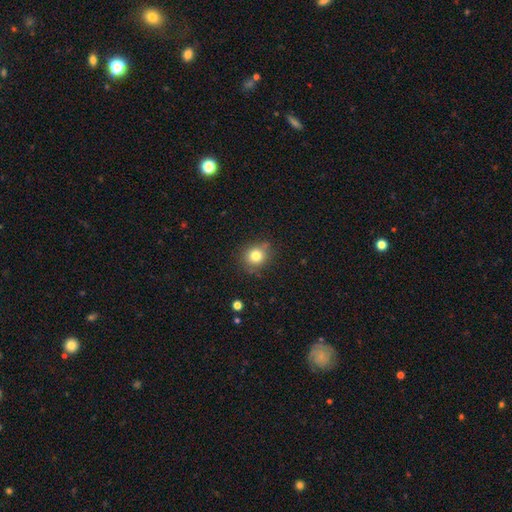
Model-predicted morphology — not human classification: type=smooth (80%); roundness=round (82%); merging=none (79%).